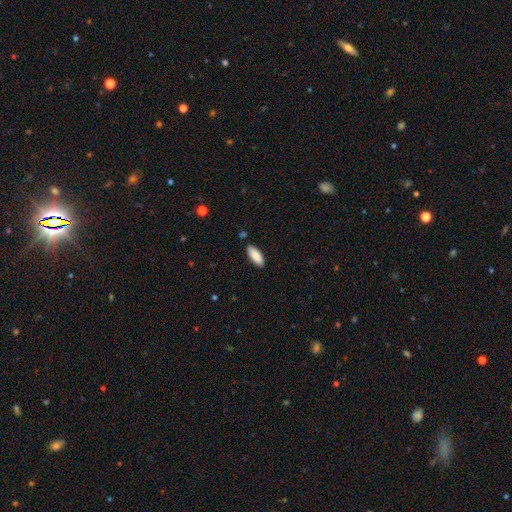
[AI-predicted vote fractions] Smooth or featured?
  - smooth: 88% *
  - star or artifact: 6%
  - featured or disk: 6%
How rounded?
  - in between: 76% *
  - cigar-shaped: 22%
  - round: 2%
Merging?
  - none: 87% *
  - minor disturbance: 9%
  - merger: 2%
  - major disturbance: 2%